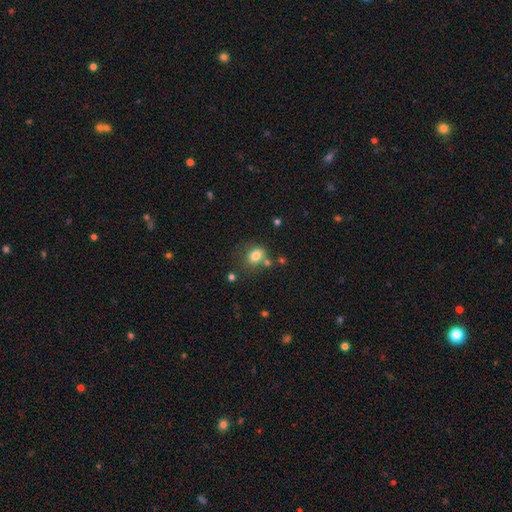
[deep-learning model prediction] This appears to be a smooth galaxy with no disk features (80%) that is in between round and cigar-shaped (52%). Merging: none (60%).